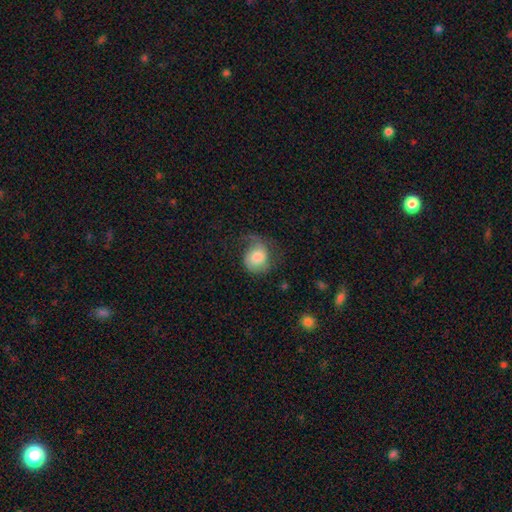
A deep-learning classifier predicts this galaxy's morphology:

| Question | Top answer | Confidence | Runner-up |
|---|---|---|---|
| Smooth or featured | smooth | 62% | featured or disk (31%) |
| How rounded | round | 64% | in between (35%) |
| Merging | none | 40% | major disturbance (32%) |